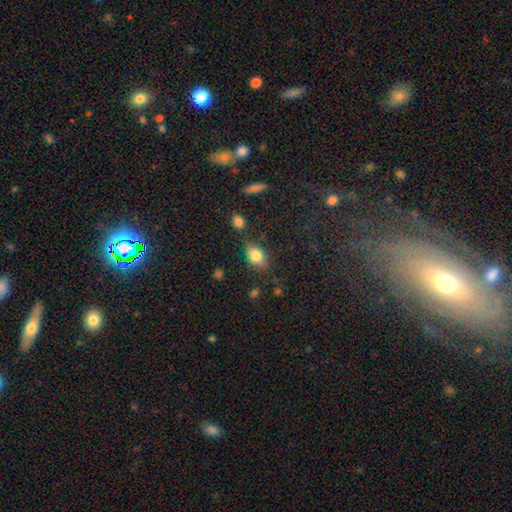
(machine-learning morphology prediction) Smooth or featured? smooth (81%)
How rounded? in between (77%)
Merging? none (70%)